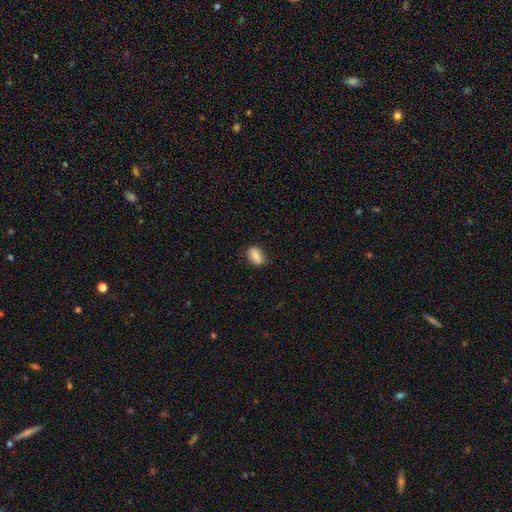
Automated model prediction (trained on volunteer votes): Smooth or featured? smooth (79%)
How rounded? in between (81%)
Merging? none (81%)